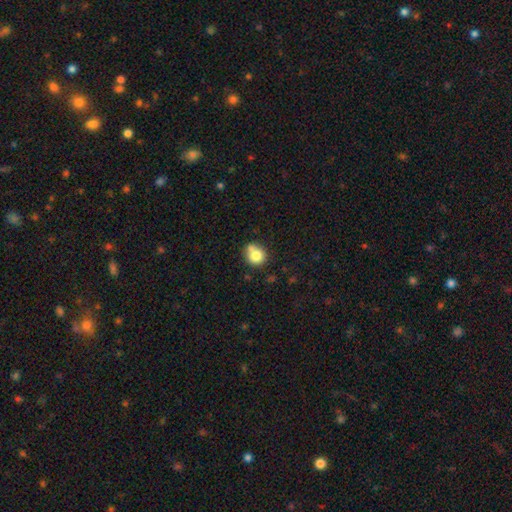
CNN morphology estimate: type=smooth (79%); roundness=round (83%); merging=none (54%).